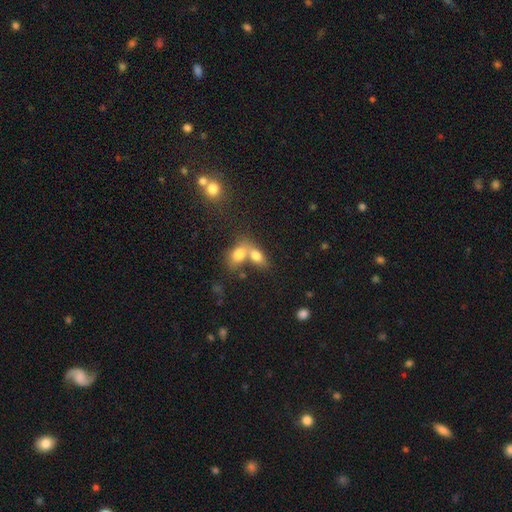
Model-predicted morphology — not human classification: Smooth or featured?
  - smooth: 75% *
  - featured or disk: 15%
  - star or artifact: 10%
How rounded?
  - in between: 83% *
  - round: 12%
  - cigar-shaped: 5%
Merging?
  - merger: 66% *
  - none: 24%
  - minor disturbance: 7%
  - major disturbance: 4%